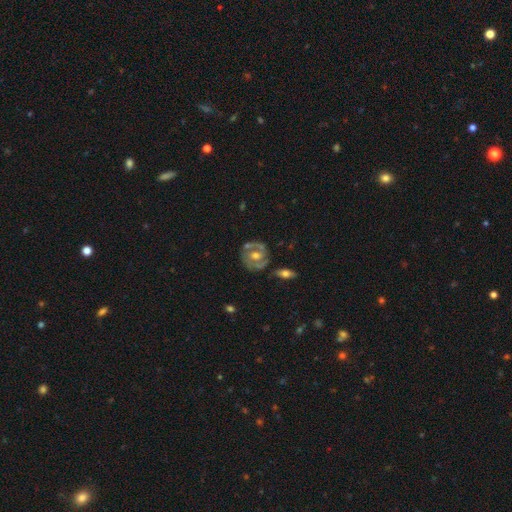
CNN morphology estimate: Smooth or featured? featured or disk (73%)
Edge-on disk? no (96%)
Bar? no (57%)
Spiral arms? yes (67%)
Bulge size? moderate (69%)
Merging? none (68%)